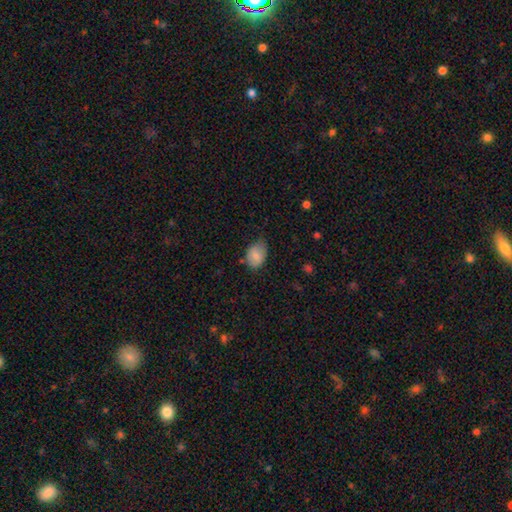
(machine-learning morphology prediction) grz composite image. It shows a smooth galaxy with no disk features (80%) that is in between round and cigar-shaped (78%). Merging: none (51%).